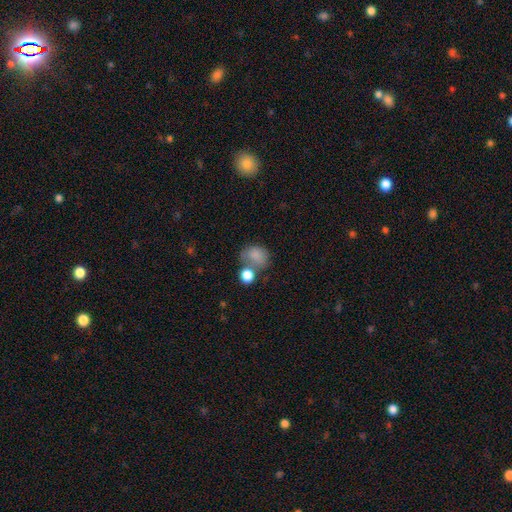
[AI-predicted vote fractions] smooth-or-featured: smooth: 80% | star or artifact: 11% | featured or disk: 9%
  how-rounded: in between: 54% | round: 45% | cigar-shaped: 1%
  merging: none: 39% | merger: 31% | minor disturbance: 18% | major disturbance: 12%